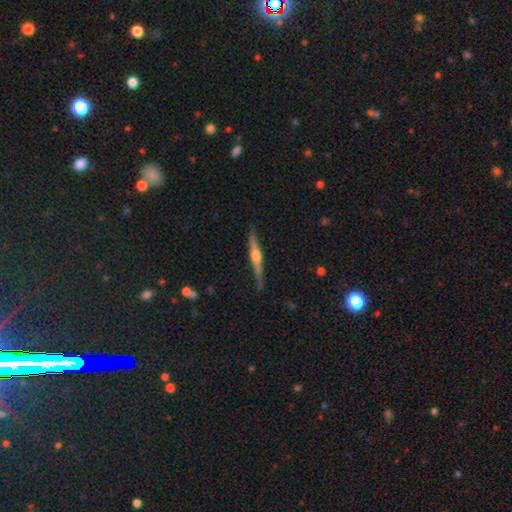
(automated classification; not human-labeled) smooth-or-featured: featured or disk: 72% | smooth: 22% | star or artifact: 5%
  disk-edge-on: yes: 98% | no: 2%
    edge-on-bulge: rounded: 90% | boxy: 5% | none: 5%
  merging: none: 84% | minor disturbance: 13% | major disturbance: 2% | merger: 1%